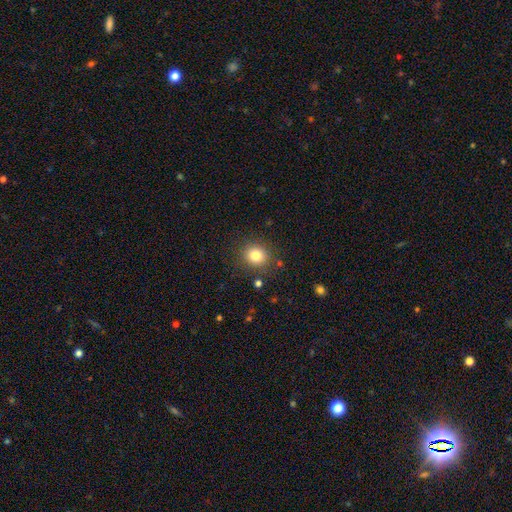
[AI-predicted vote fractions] Smooth or featured? Predicted: smooth (p=0.81). How rounded? Predicted: round (p=0.84). Merging? Predicted: none (p=0.87).